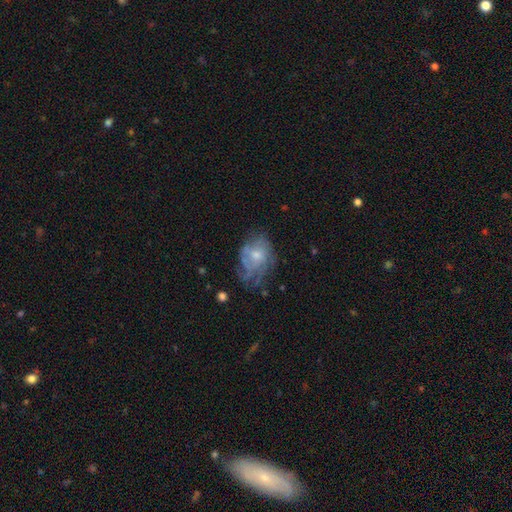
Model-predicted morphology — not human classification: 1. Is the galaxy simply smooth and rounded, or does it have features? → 62% featured or disk, 29% smooth, 9% star or artifact.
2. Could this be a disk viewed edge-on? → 97% no, 3% yes.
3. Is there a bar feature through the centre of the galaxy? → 78% no, 19% weak, 2% strong.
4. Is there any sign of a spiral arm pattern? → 72% yes, 28% no.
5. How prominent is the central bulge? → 48% moderate, 42% small, 5% none, 4% large, 1% dominant.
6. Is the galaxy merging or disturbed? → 45% none, 28% minor disturbance, 25% major disturbance, 2% merger.